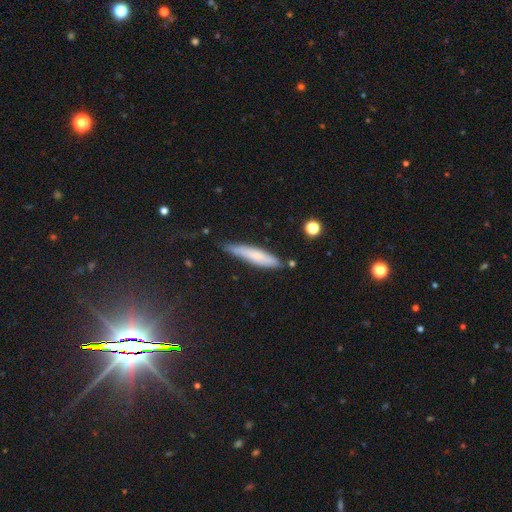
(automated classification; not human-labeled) smooth 67%, featured or disk 25%, star or artifact 8%. Down the decision tree: how rounded — cigar-shaped (87%); merging — none (75%).